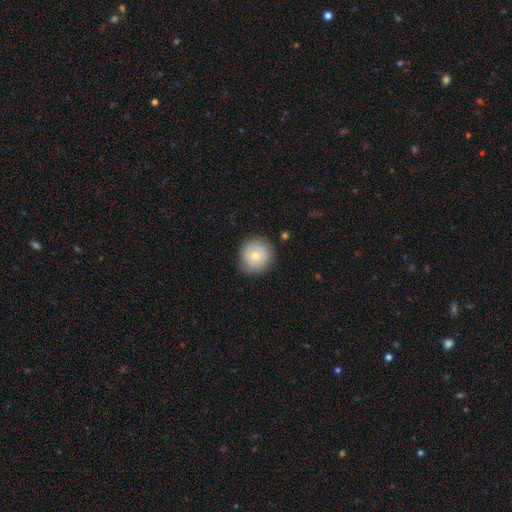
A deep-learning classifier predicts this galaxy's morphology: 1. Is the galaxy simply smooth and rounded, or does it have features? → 71% smooth, 22% featured or disk, 7% star or artifact.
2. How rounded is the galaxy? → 93% round, 6% in between, 1% cigar-shaped.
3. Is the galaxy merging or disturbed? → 83% none, 13% minor disturbance, 3% major disturbance, 1% merger.